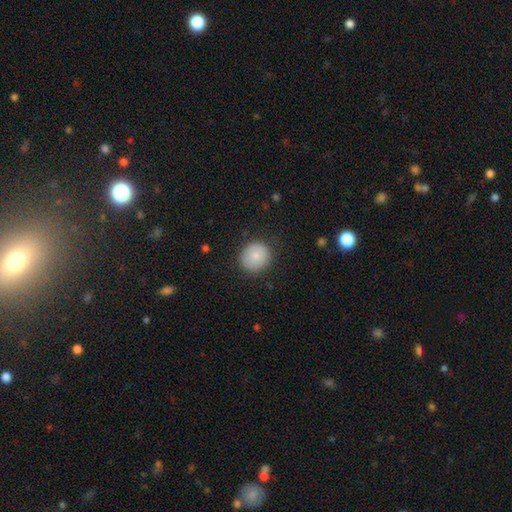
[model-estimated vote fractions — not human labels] A smooth galaxy with no disk features (83%) that is round (84%).

Vote fractions:
- Smooth or featured? smooth: 83% / featured or disk: 9% / star or artifact: 8%
- How rounded? round: 84% / in between: 15% / cigar-shaped: 1%
- Merging? none: 82% / minor disturbance: 13% / major disturbance: 4% / merger: 1%